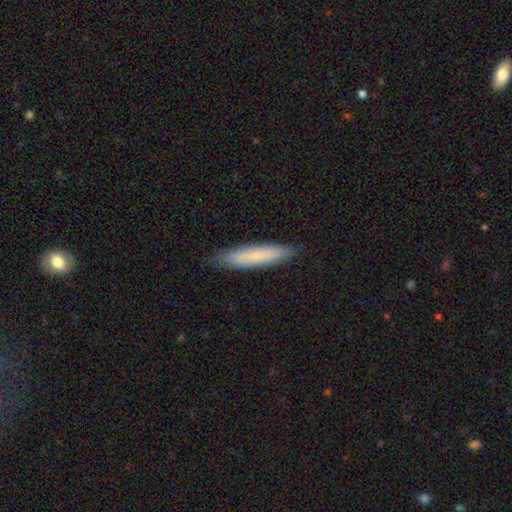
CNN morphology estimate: smooth 74%, featured or disk 20%, star or artifact 6%. Down the decision tree: how rounded — cigar-shaped (89%); merging — none (88%).